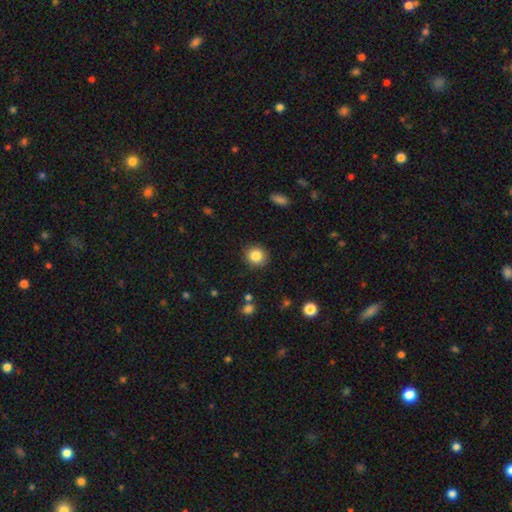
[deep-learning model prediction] A smooth galaxy with no disk features (85%) that is round (81%).

Vote fractions:
- Smooth or featured? smooth: 85% / star or artifact: 9% / featured or disk: 6%
- How rounded? round: 81% / in between: 18% / cigar-shaped: 1%
- Merging? none: 89% / minor disturbance: 7% / major disturbance: 2% / merger: 1%